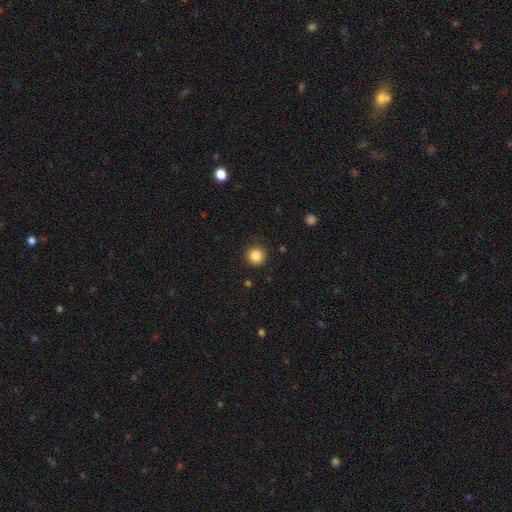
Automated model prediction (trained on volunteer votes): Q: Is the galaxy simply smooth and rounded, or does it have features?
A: smooth — 86%.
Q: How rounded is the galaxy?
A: round — 95%.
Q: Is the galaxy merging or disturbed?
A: none — 91%.